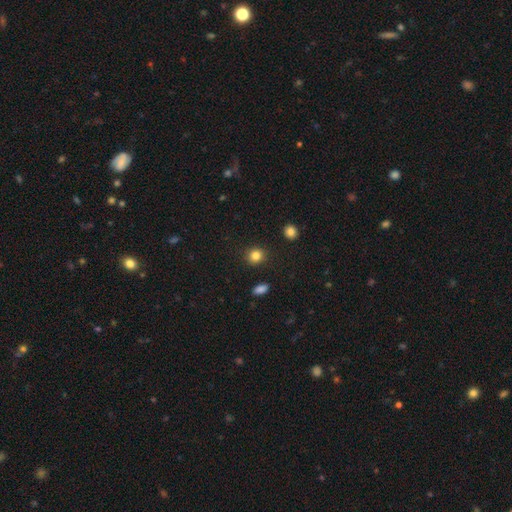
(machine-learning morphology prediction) Overall: smooth (84%). How rounded: round (85%). Merging: none (90%).